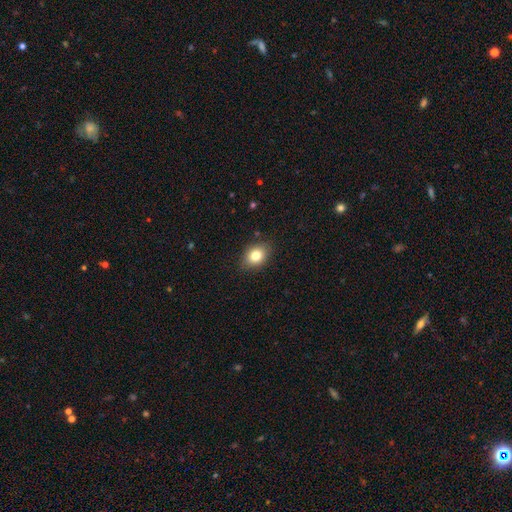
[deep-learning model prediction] smooth_or_featured: smooth (p=0.81) [alt: star or artifact p=0.10]
how_rounded: in between (p=0.63) [alt: round p=0.36]
merging: none (p=0.84) [alt: minor disturbance p=0.12]